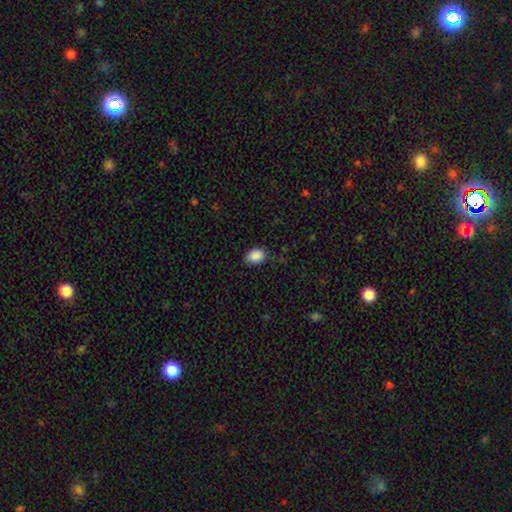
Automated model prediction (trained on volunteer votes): Smooth or featured?
  - smooth: 89% *
  - star or artifact: 8%
  - featured or disk: 3%
How rounded?
  - in between: 79% *
  - round: 20%
  - cigar-shaped: 1%
Merging?
  - none: 79% *
  - minor disturbance: 17%
  - major disturbance: 4%
  - merger: 1%